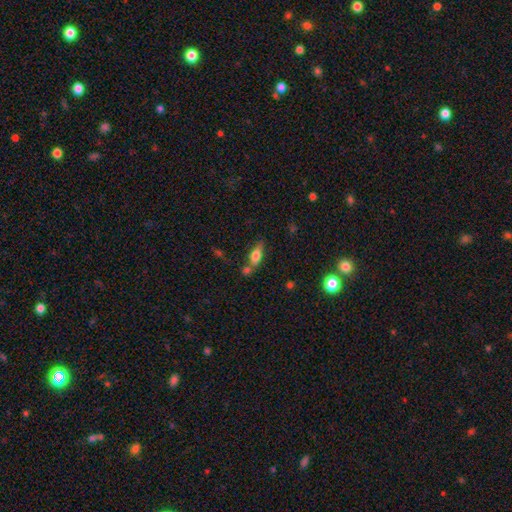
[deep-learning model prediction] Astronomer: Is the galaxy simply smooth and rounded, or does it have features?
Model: smooth — 66%.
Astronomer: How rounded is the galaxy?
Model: in between — 66%.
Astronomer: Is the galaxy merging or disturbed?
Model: none — 54%.